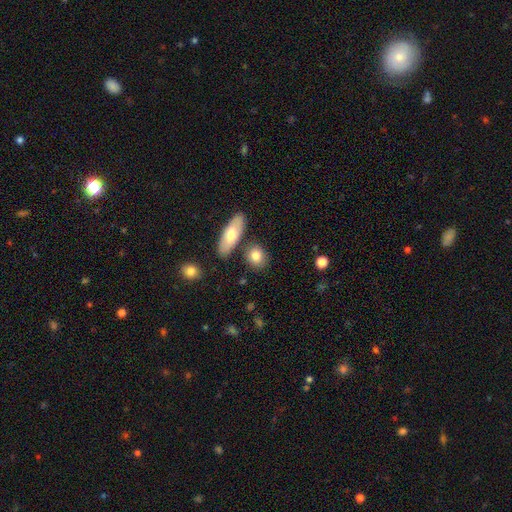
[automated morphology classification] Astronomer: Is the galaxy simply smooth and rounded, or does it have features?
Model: smooth — 79%.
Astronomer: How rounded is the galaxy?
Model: round — 50% (runner-up: in between, 44%).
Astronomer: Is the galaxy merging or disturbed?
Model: none — 78%.